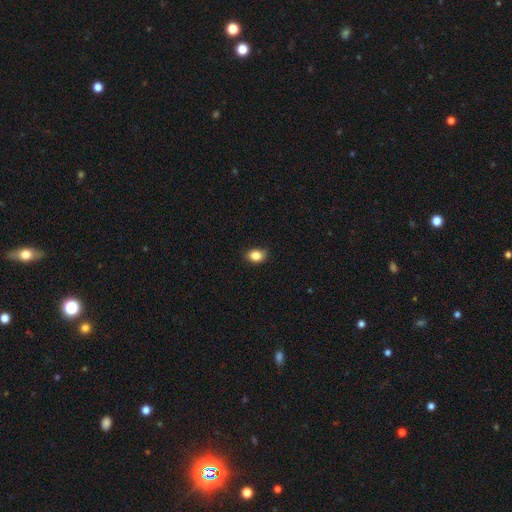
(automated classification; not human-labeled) Q: Smooth or featured?
A: smooth (86%); runner-up: star or artifact (10%)
Q: How rounded?
A: in between (65%); runner-up: round (34%)
Q: Merging?
A: none (79%); runner-up: minor disturbance (17%)